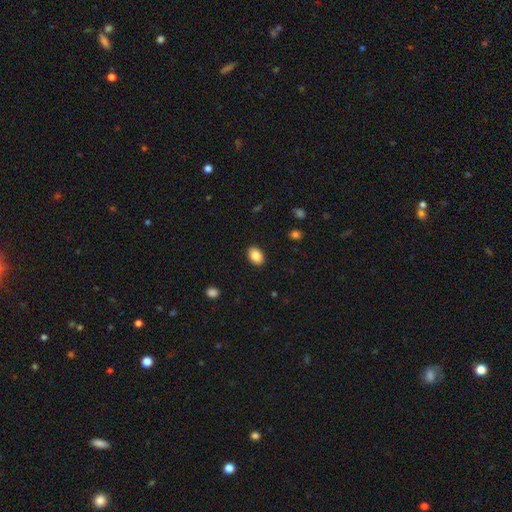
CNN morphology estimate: smooth-or-featured: smooth: 86% | star or artifact: 8% | featured or disk: 6%
  how-rounded: in between: 82% | round: 16% | cigar-shaped: 1%
  merging: none: 89% | minor disturbance: 8% | major disturbance: 2% | merger: 1%